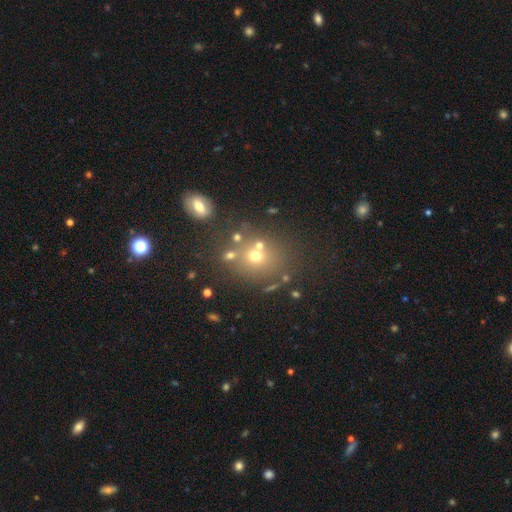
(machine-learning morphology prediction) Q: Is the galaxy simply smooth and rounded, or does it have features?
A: smooth — 60%.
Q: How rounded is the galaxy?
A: round — 77%.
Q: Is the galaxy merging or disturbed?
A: none — 61%.